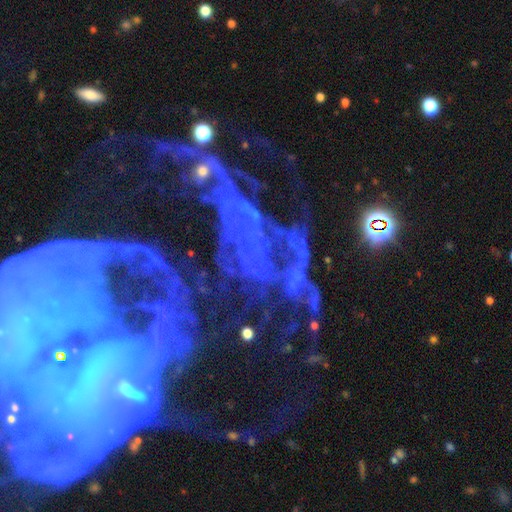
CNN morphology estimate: featured or disk 46%, star or artifact 43%, smooth 11%. Down the decision tree: merging — none (39%).